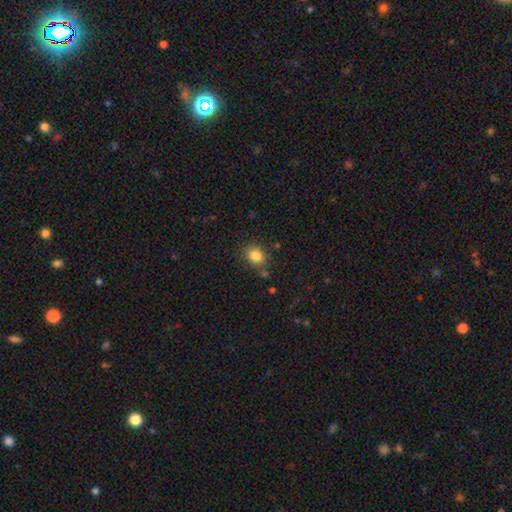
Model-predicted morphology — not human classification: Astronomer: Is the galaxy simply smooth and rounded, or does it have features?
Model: smooth — 84%.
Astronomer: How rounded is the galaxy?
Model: round — 55% (runner-up: in between, 44%).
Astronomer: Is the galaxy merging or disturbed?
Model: none — 79%.